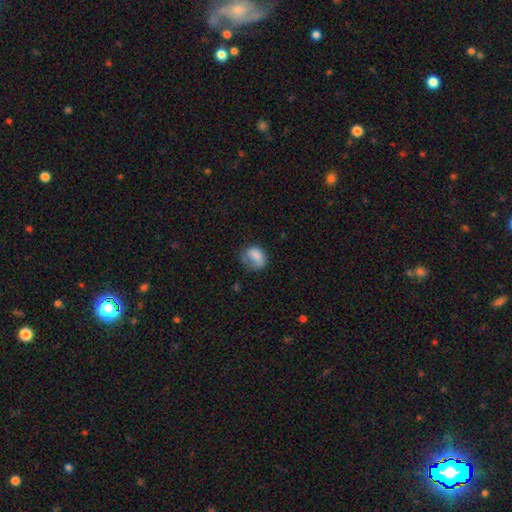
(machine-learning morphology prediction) Smooth or featured? smooth (77%)
How rounded? in between (62%)
Merging? none (38%)